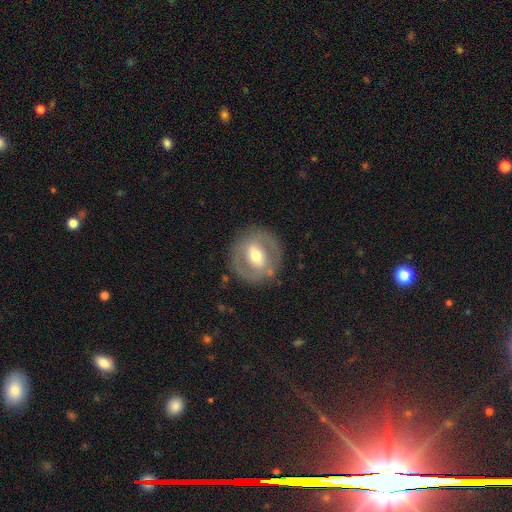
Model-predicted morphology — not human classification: type=featured or disk (64%); edge-on=no (93%); bar=strong (41%); spiral arms=no (61%); bulge=moderate (69%); merging=none (82%).